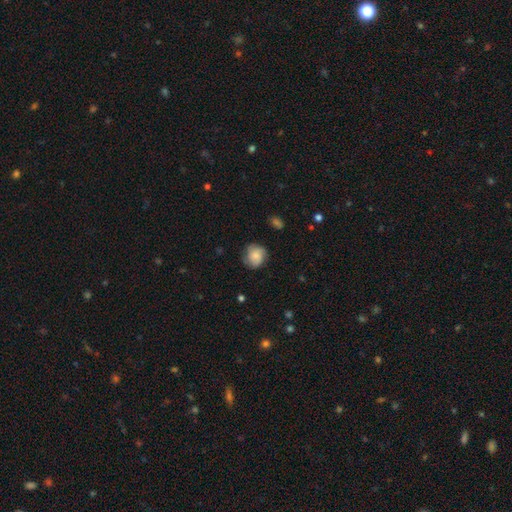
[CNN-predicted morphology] This appears to be a smooth galaxy with no disk features (67%) that is round (79%). Merging: none (70%).